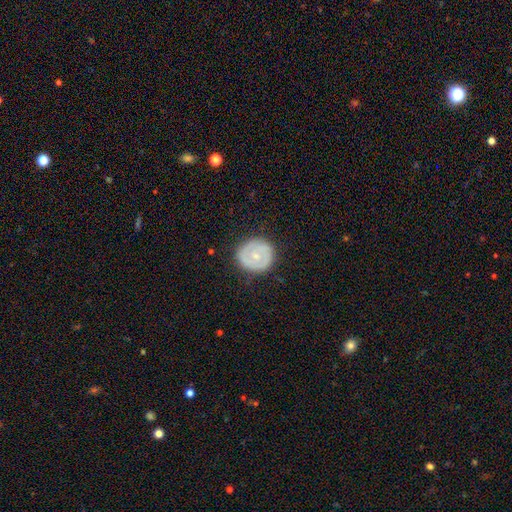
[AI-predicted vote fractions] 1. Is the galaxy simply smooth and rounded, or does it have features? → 51% smooth, 43% featured or disk, 6% star or artifact.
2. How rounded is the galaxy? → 89% round, 10% in between, 1% cigar-shaped.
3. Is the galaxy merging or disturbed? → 84% none, 11% minor disturbance, 3% major disturbance, 1% merger.